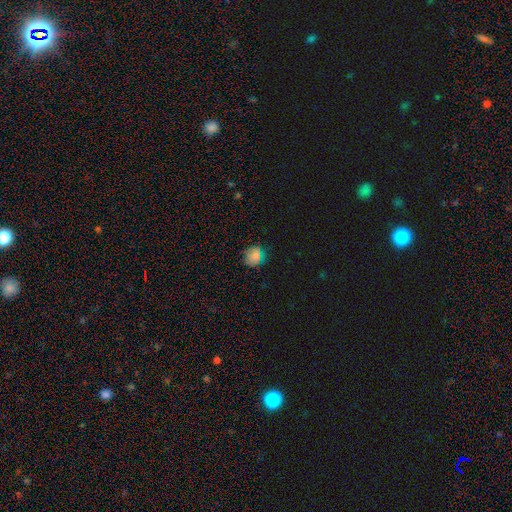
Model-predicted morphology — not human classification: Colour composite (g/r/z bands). It shows a smooth galaxy with no disk features (73%) that is round (79%). Merging: none (77%).